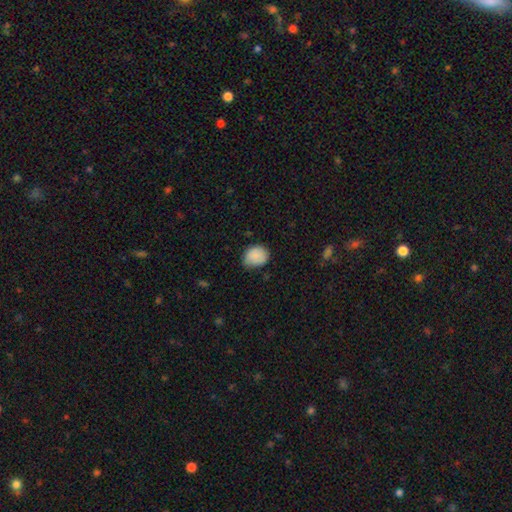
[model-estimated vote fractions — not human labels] Overall: smooth (85%). How rounded: round (55%; in between 44%). Merging: none (62%; minor disturbance 31%).